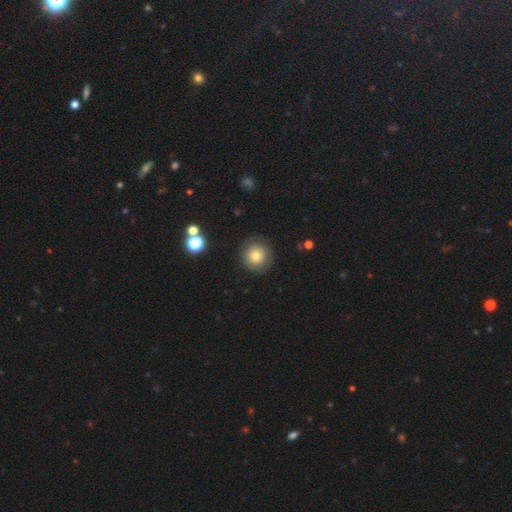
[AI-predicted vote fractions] This is likely a smooth galaxy (78%). How rounded: clearly round (93%). Merging: clearly none (86%).